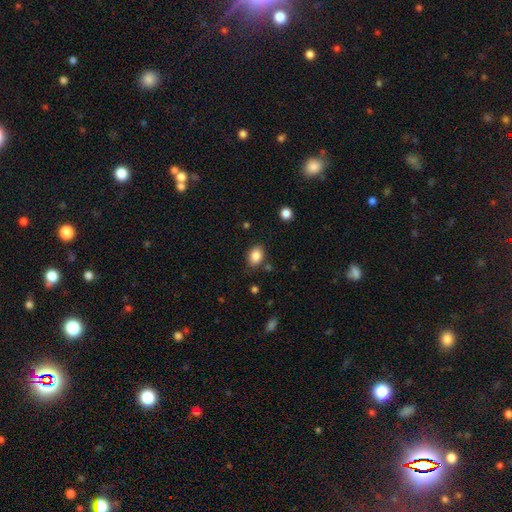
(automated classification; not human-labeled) The model was most divided on "how rounded": in between: 72%, round: 27%, cigar-shaped: 1%. More confident: smooth or featured — smooth (86%); merging — none (81%).